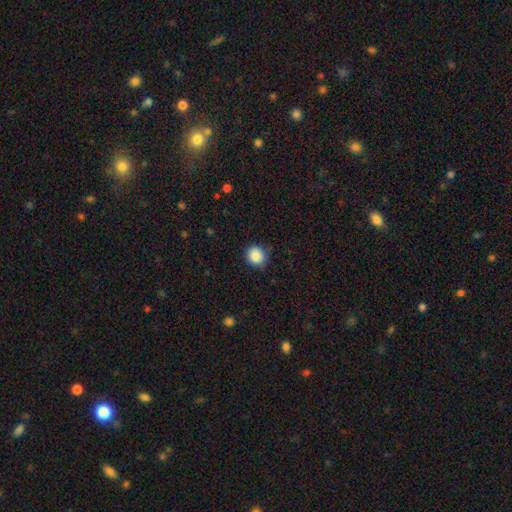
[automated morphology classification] This appears to be a smooth galaxy with no disk features (88%) that is round (84%). Merging: none (85%).